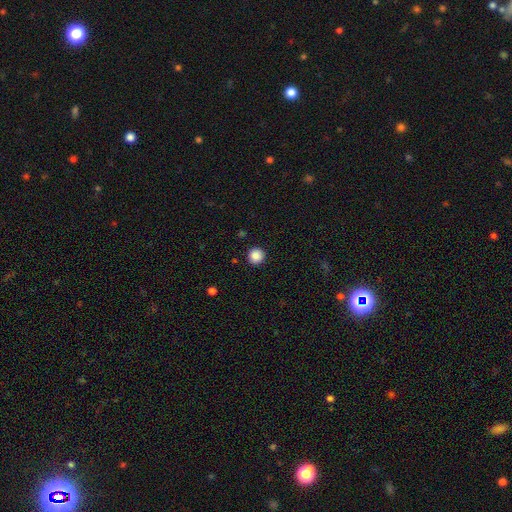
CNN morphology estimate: Smooth or featured? smooth (88%)
How rounded? round (96%)
Merging? none (93%)